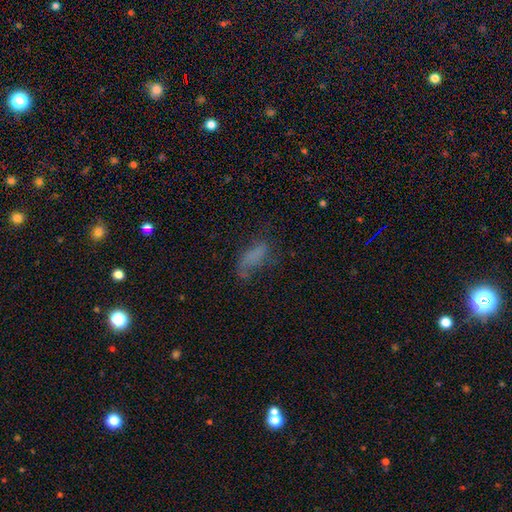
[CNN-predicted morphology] This is possibly a smooth galaxy (58%). How rounded: likely in between (70%). Merging: marginally none (41%).